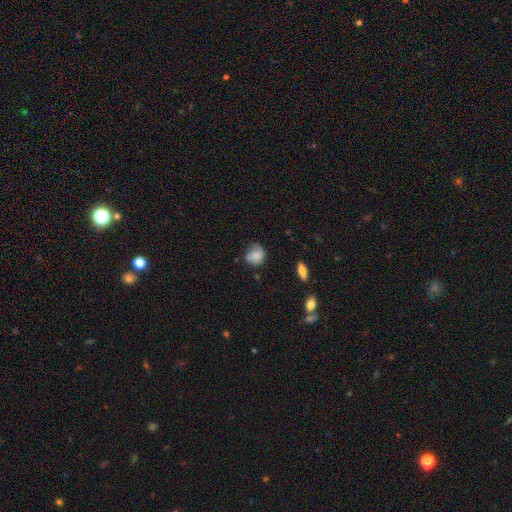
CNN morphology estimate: A smooth galaxy with no disk features (67%) that is round (69%). Merging: none (58%).